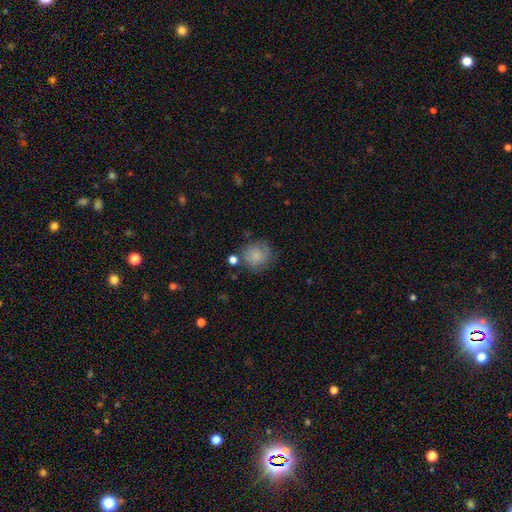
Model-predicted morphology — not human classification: Smooth or featured?
  - smooth: 76% *
  - featured or disk: 15%
  - star or artifact: 9%
How rounded?
  - round: 86% *
  - in between: 13%
  - cigar-shaped: 1%
Merging?
  - none: 65% *
  - minor disturbance: 20%
  - major disturbance: 8%
  - merger: 7%